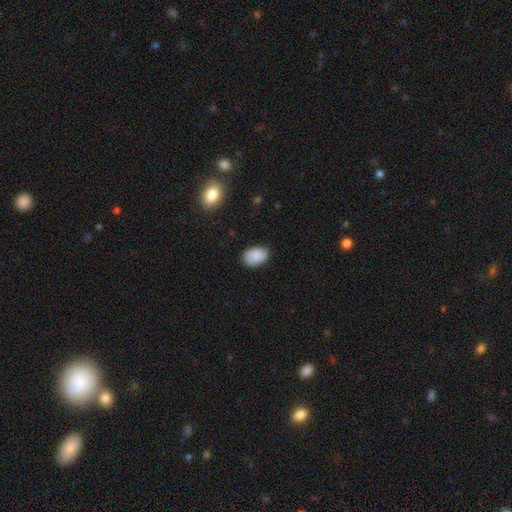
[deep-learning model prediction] smooth_or_featured: smooth (p=0.87) [alt: star or artifact p=0.07]
how_rounded: in between (p=0.86) [alt: round p=0.13]
merging: none (p=0.80) [alt: minor disturbance p=0.16]